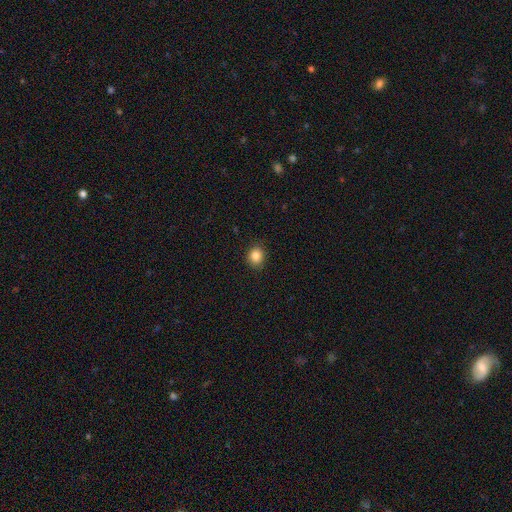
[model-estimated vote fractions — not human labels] Morphology: type=smooth (85%); roundness=round (65%); merging=none (88%).